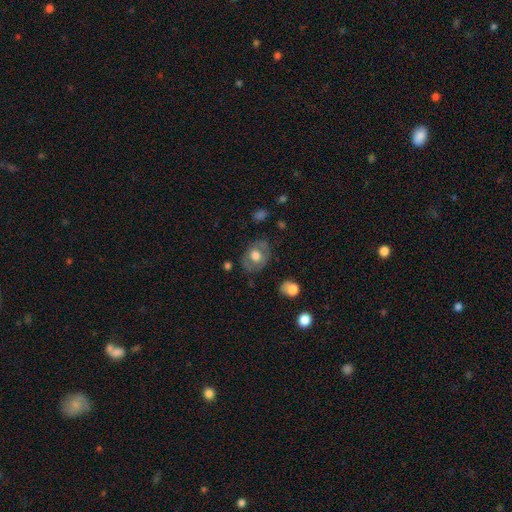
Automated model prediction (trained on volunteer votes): Smooth or featured?
  - smooth: 54% *
  - featured or disk: 38%
  - star or artifact: 7%
How rounded?
  - in between: 60% *
  - round: 39%
  - cigar-shaped: 1%
Merging?
  - none: 75% *
  - minor disturbance: 17%
  - major disturbance: 7%
  - merger: 2%